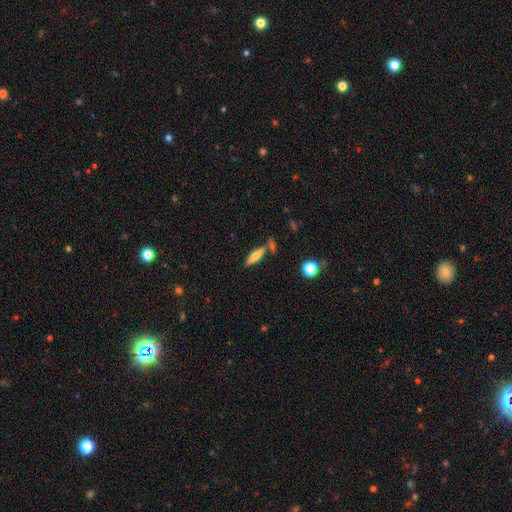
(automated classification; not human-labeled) smooth-or-featured: smooth: 68% | featured or disk: 24% | star or artifact: 8%
  how-rounded: cigar-shaped: 66% | in between: 32% | round: 2%
  merging: none: 68% | merger: 15% | minor disturbance: 12% | major disturbance: 4%